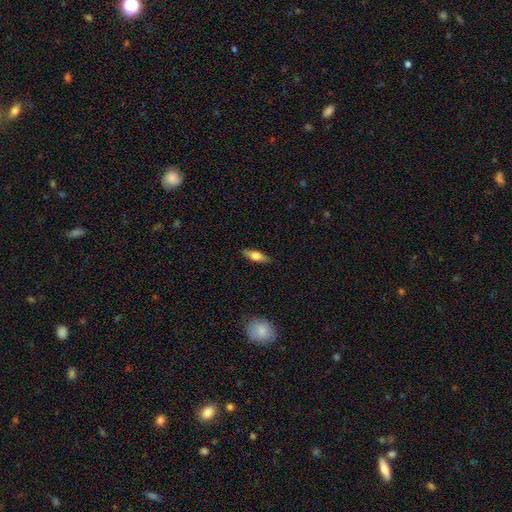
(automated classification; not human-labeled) Smooth or featured? Predicted: smooth (p=0.61). How rounded? Predicted: in between (p=0.56). Merging? Predicted: none (p=0.86).